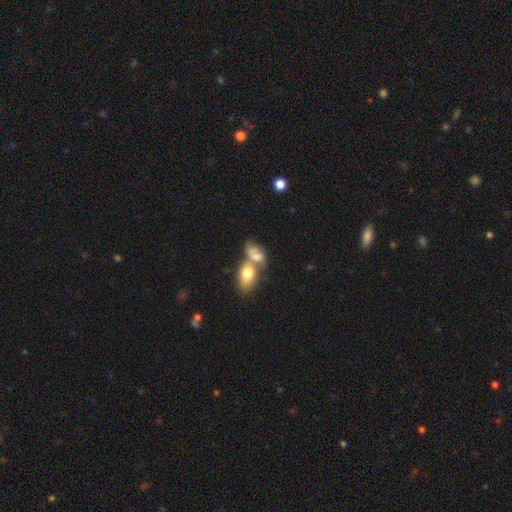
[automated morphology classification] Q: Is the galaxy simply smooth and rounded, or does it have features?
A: smooth — 71%.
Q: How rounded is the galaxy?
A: in between — 84%.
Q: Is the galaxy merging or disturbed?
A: merger — 68%.